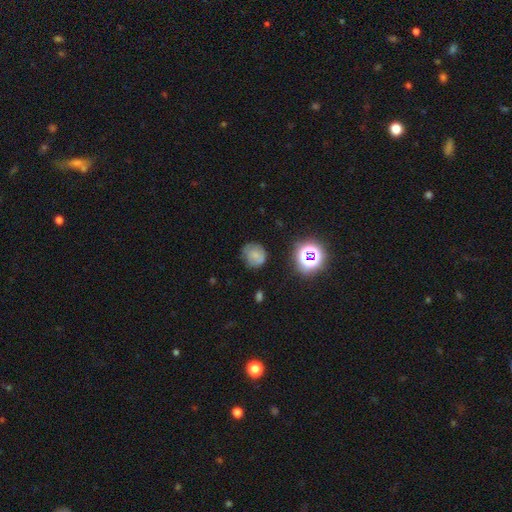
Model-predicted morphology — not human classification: smooth 62%, featured or disk 21%, star or artifact 17%. Down the decision tree: how rounded — round (81%); merging — none (66%).